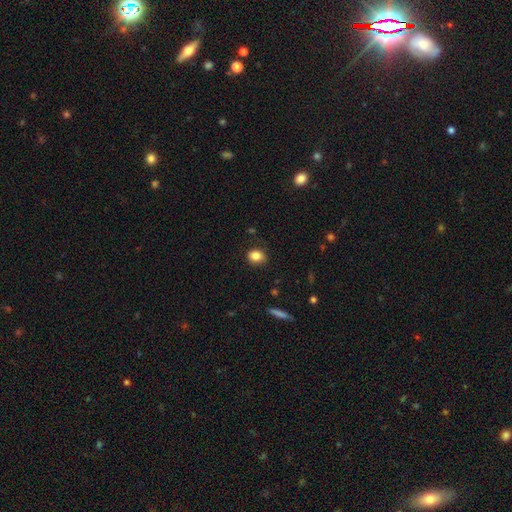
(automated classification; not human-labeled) Smooth or featured: smooth — 84% (star or artifact — 10%)
How rounded: round — 60% (in between — 39%)
Merging: none — 83% (minor disturbance — 13%)